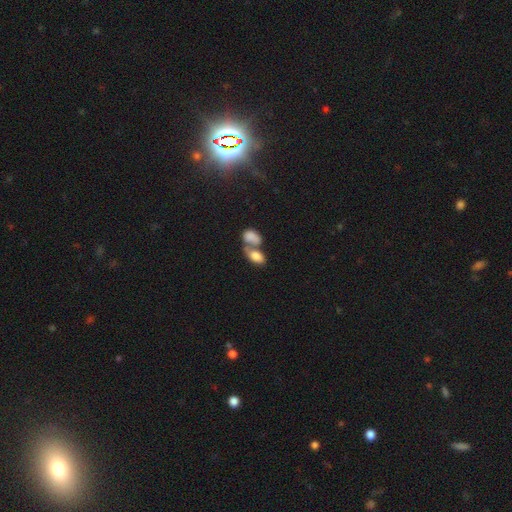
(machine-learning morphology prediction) Smooth or featured? Predicted: smooth (p=0.80). How rounded? Predicted: in between (p=0.91). Merging? Predicted: merger (p=0.64).